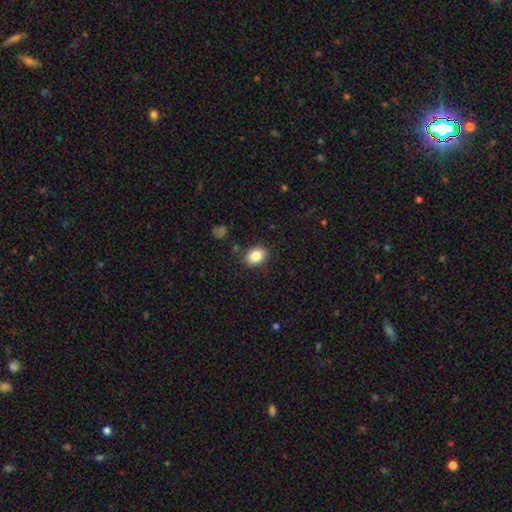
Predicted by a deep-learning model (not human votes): This appears to be a smooth galaxy with no disk features (84%) that is in between round and cigar-shaped (56%). Merging: none (86%).